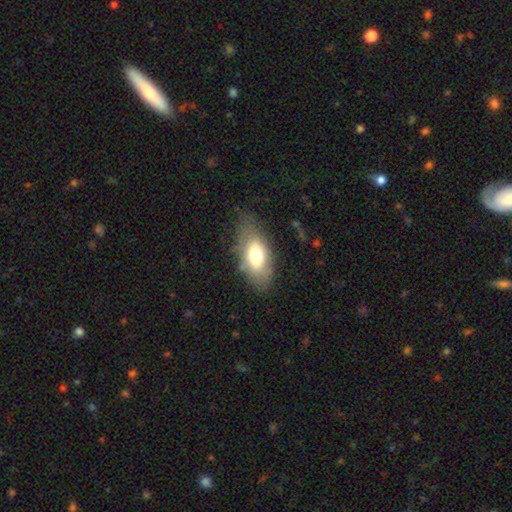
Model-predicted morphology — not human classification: smooth 68%, featured or disk 24%, star or artifact 8%. Down the decision tree: how rounded — in between (90%); merging — none (60%).